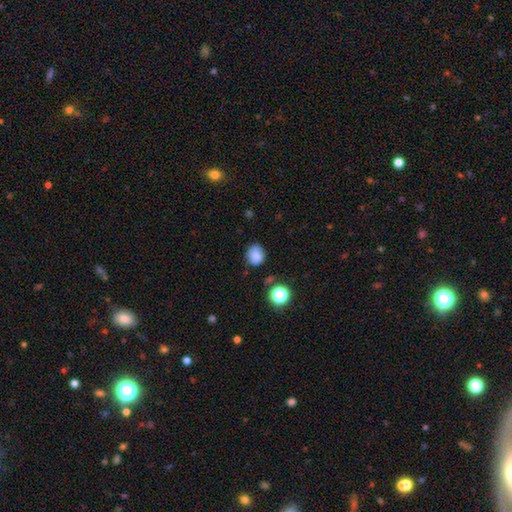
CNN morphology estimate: Smooth or featured: smooth — 80% (star or artifact — 12%)
How rounded: round — 61% (in between — 38%)
Merging: none — 68% (minor disturbance — 22%)